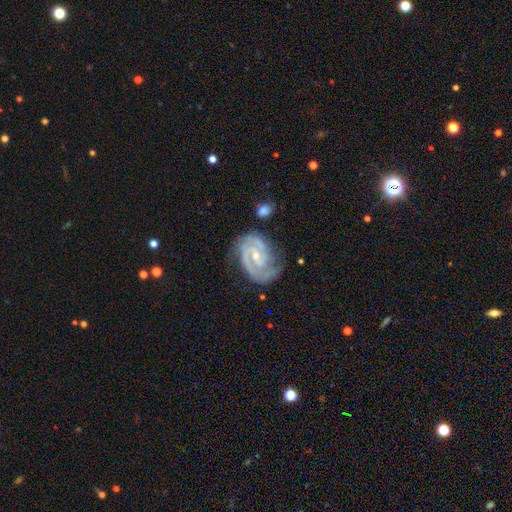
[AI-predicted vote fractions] A featured or disk galaxy (90%) with a weak bar (49%), 2 (74%) tight (55%) spiral arms (98%) and a small central bulge (65%).

Vote fractions:
- Smooth or featured? featured or disk: 90% / star or artifact: 5% / smooth: 5%
- Edge-on disk? no: 98% / yes: 2%
- Bar? weak: 49% / no: 33% / strong: 18%
- Spiral arms? yes: 98% / no: 2%
- Spiral winding? tight: 55% / medium: 39% / loose: 6%
- Spiral arm count? 2: 74% / 3: 12% / can't tell: 6% / 1: 3% / 4: 2% / more than 4: 2%
- Bulge size? small: 65% / moderate: 31% / none: 2% / large: 1% / dominant: 1%
- Merging? none: 67% / minor disturbance: 22% / major disturbance: 8% / merger: 3%